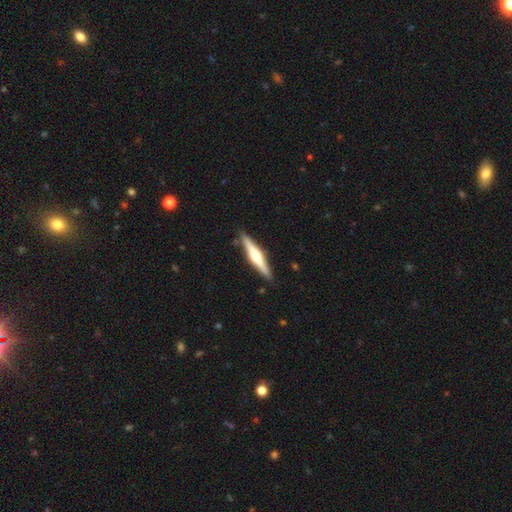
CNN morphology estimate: This is likely a featured or disk galaxy (64%). It is clearly viewed edge-on (97%). Edge-on bulge: clearly rounded (84%). Merging: clearly none (88%).